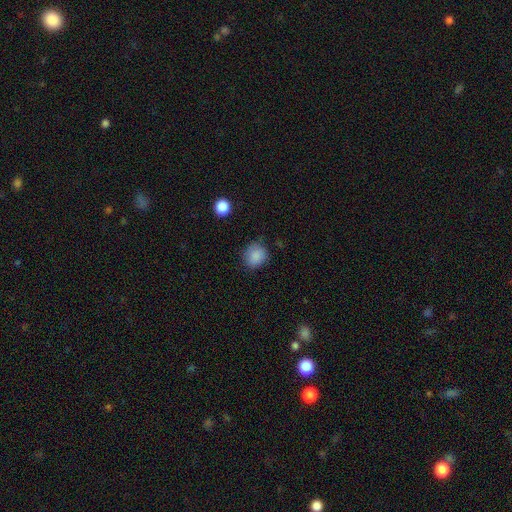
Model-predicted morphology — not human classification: Smooth or featured: smooth — 87% (star or artifact — 9%)
How rounded: round — 80% (in between — 19%)
Merging: none — 80% (minor disturbance — 15%)